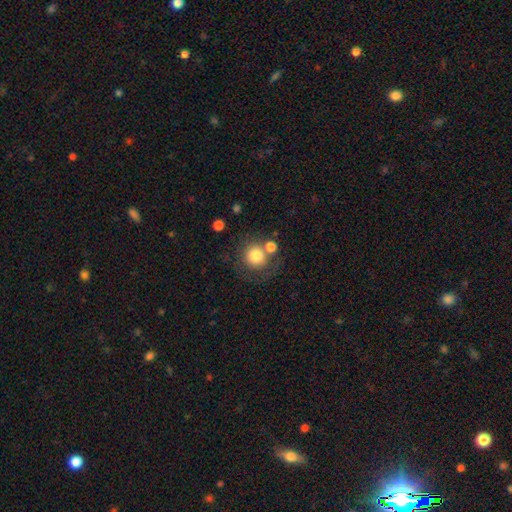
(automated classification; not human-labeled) Smooth or featured?
  - smooth: 79% *
  - featured or disk: 11%
  - star or artifact: 9%
How rounded?
  - round: 92% *
  - in between: 7%
  - cigar-shaped: 1%
Merging?
  - none: 61% *
  - merger: 20%
  - minor disturbance: 12%
  - major disturbance: 7%